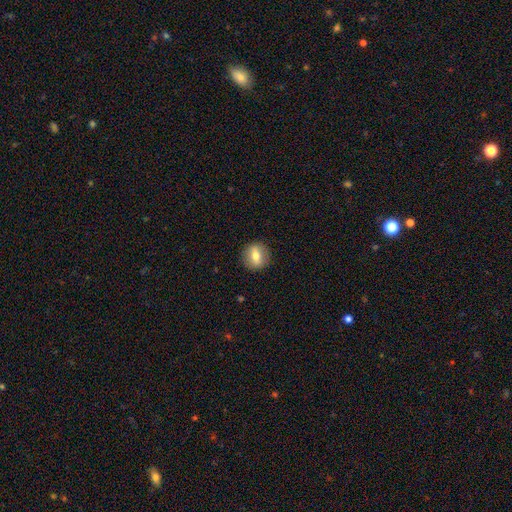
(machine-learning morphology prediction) Smooth or featured?
  - smooth: 62% *
  - featured or disk: 30%
  - star or artifact: 8%
How rounded?
  - round: 80% *
  - in between: 18%
  - cigar-shaped: 2%
Merging?
  - none: 89% *
  - minor disturbance: 8%
  - major disturbance: 3%
  - merger: 1%